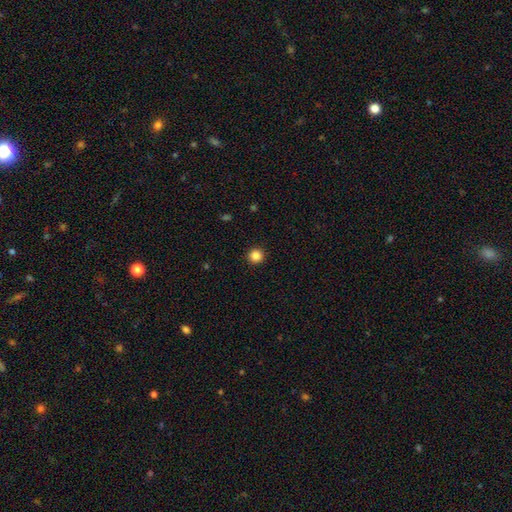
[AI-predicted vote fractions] smooth-or-featured: smooth: 85% | star or artifact: 11% | featured or disk: 4%
  how-rounded: round: 96% | in between: 3% | cigar-shaped: 1%
  merging: none: 93% | minor disturbance: 4% | major disturbance: 2% | merger: 1%